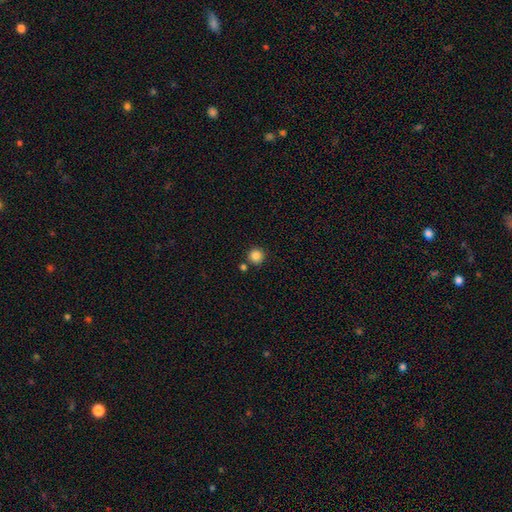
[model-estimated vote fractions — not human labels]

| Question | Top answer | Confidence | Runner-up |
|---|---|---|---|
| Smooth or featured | smooth | 85% | star or artifact (11%) |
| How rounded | round | 95% | in between (4%) |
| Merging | none | 84% | merger (8%) |